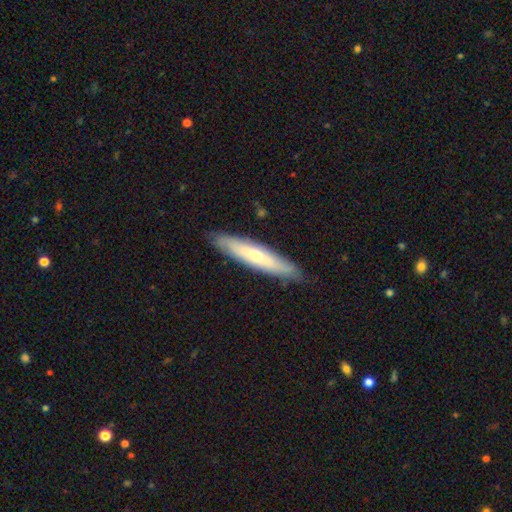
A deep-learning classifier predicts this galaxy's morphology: Overall: smooth (50%; featured or disk 44%). How rounded: cigar-shaped (85%). Merging: none (86%).